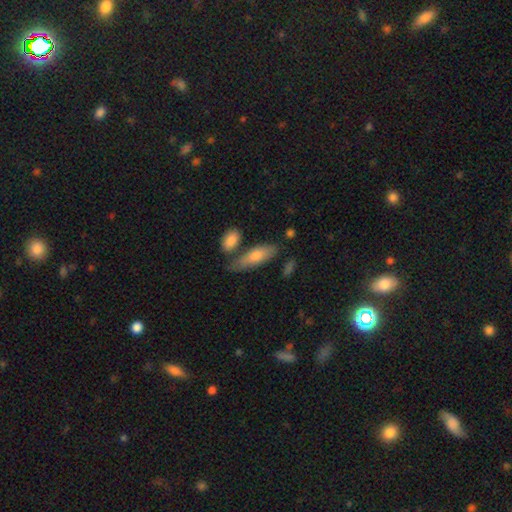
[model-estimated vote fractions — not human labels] A smooth galaxy with no disk features (70%) that is in between round and cigar-shaped (57%).

Vote fractions:
- Smooth or featured? smooth: 70% / featured or disk: 24% / star or artifact: 6%
- How rounded? in between: 57% / cigar-shaped: 40% / round: 2%
- Merging? none: 64% / minor disturbance: 17% / merger: 14% / major disturbance: 5%